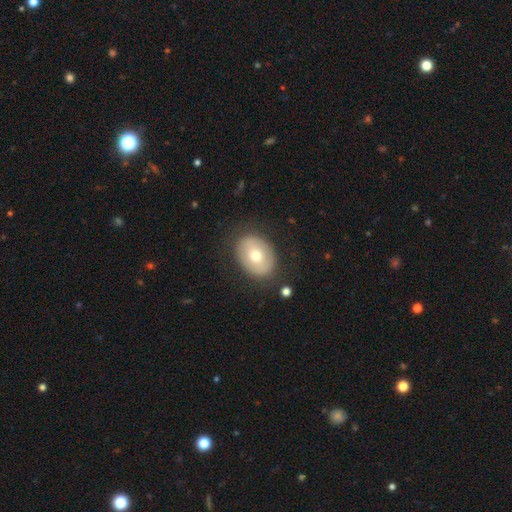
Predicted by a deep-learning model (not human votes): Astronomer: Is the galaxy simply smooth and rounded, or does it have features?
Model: smooth — 61%.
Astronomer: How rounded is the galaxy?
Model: in between — 67%.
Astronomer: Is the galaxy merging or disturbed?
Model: none — 82%.